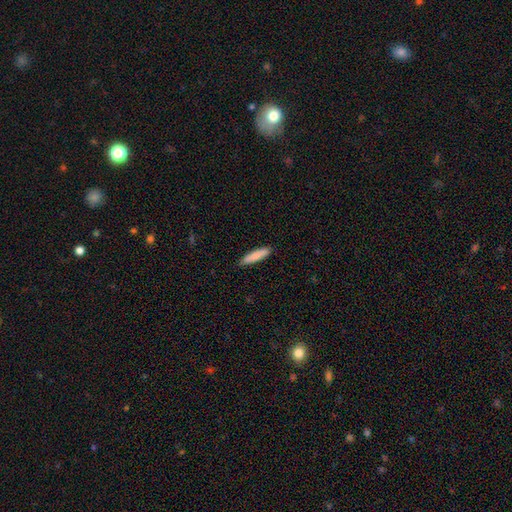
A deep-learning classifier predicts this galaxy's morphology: Smooth or featured?
  - smooth: 85% *
  - featured or disk: 10%
  - star or artifact: 6%
How rounded?
  - cigar-shaped: 82% *
  - in between: 16%
  - round: 1%
Merging?
  - none: 88% *
  - minor disturbance: 9%
  - major disturbance: 2%
  - merger: 1%